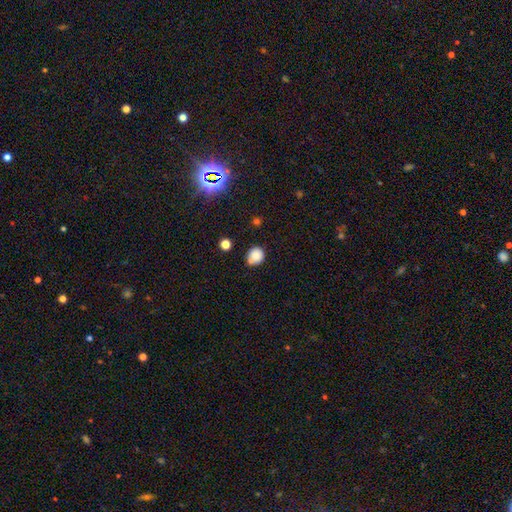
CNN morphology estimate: A smooth galaxy with no disk features (84%) that is round (73%). Merging: none (61%).